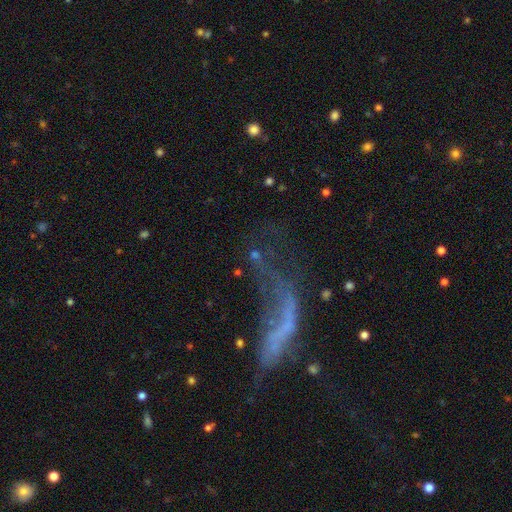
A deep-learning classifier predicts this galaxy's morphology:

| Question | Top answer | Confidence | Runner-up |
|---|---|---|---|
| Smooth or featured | featured or disk | 48% | star or artifact (26%) |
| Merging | major disturbance | 39% | none (33%) |